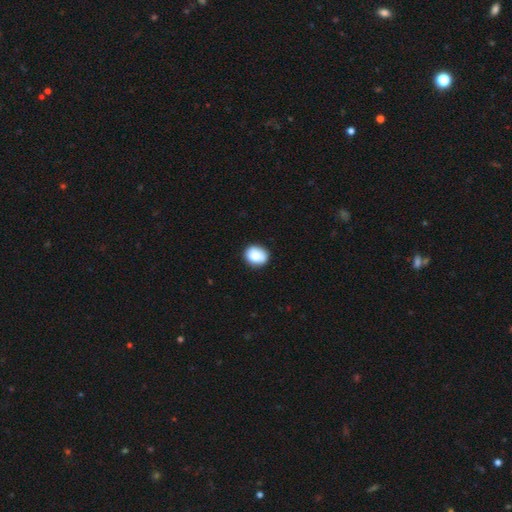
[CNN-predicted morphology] smooth 84%, star or artifact 8%, featured or disk 8%. Down the decision tree: how rounded — round (57%); merging — none (80%).